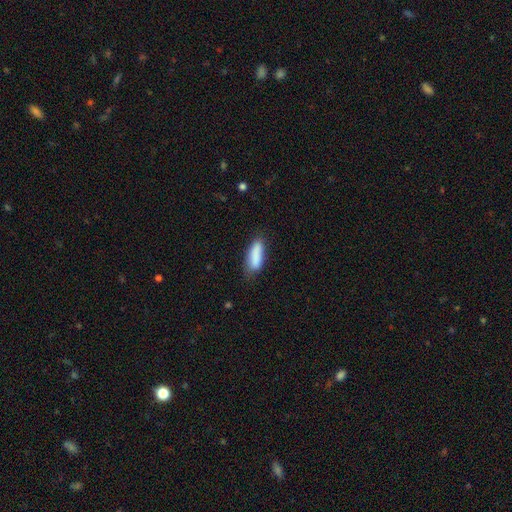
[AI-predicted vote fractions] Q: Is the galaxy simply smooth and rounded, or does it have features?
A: smooth — 86%.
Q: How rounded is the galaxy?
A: in between — 63%.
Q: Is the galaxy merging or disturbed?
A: none — 67%.